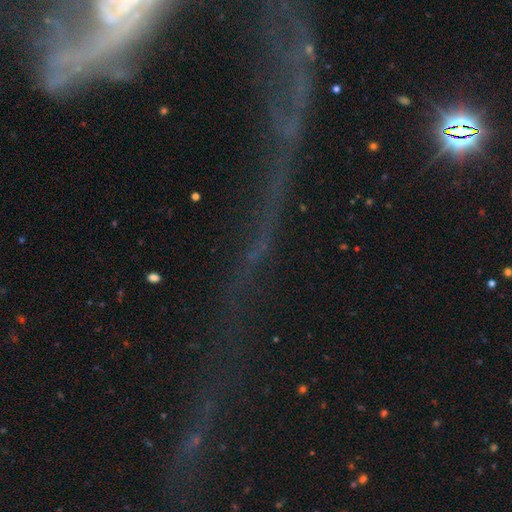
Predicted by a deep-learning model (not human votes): smooth_or_featured: star or artifact (p=0.60) [alt: featured or disk p=0.26]